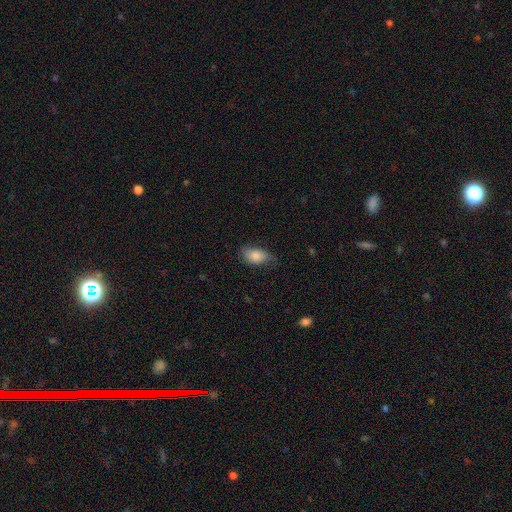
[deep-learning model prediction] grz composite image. It shows a smooth galaxy with no disk features (80%) that is in between round and cigar-shaped (91%). Merging: none (62%).